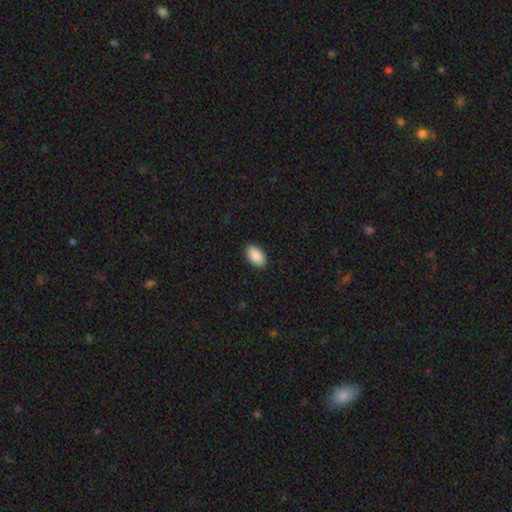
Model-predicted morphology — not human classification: smooth_or_featured: smooth (p=0.91) [alt: star or artifact p=0.06]
how_rounded: in between (p=0.95) [alt: round p=0.04]
merging: none (p=0.89) [alt: minor disturbance p=0.08]